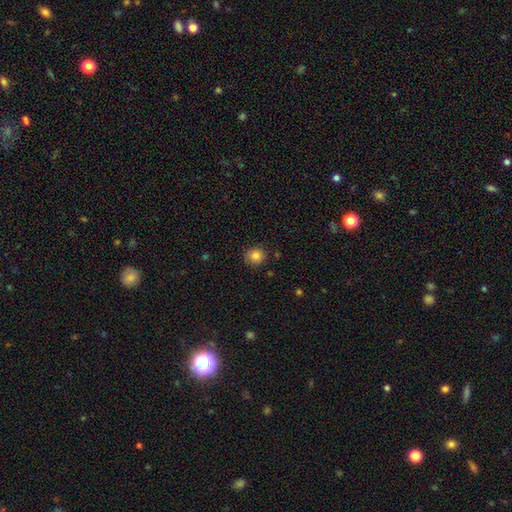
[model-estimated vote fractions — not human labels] The model was most divided on "how rounded": round: 83%, in between: 16%, cigar-shaped: 1%. More confident: merging — none (85%); smooth or featured — smooth (84%).